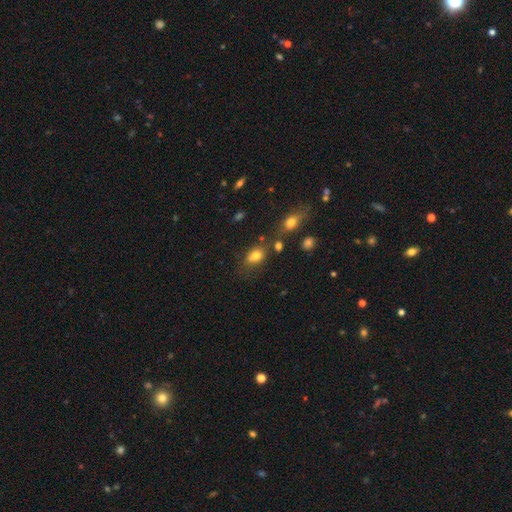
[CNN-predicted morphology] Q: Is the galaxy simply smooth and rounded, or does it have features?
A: smooth — 77%.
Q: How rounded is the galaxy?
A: in between — 68%.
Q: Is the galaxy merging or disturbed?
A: none — 55%.